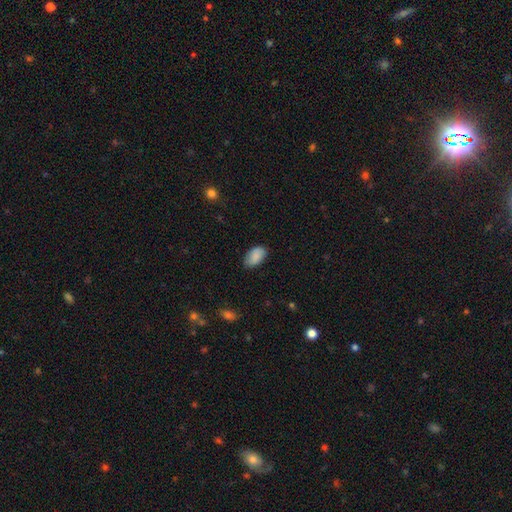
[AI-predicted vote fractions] Smooth or featured?
  - smooth: 85% *
  - featured or disk: 8%
  - star or artifact: 7%
How rounded?
  - in between: 93% *
  - round: 6%
  - cigar-shaped: 1%
Merging?
  - none: 78% *
  - minor disturbance: 17%
  - major disturbance: 3%
  - merger: 1%